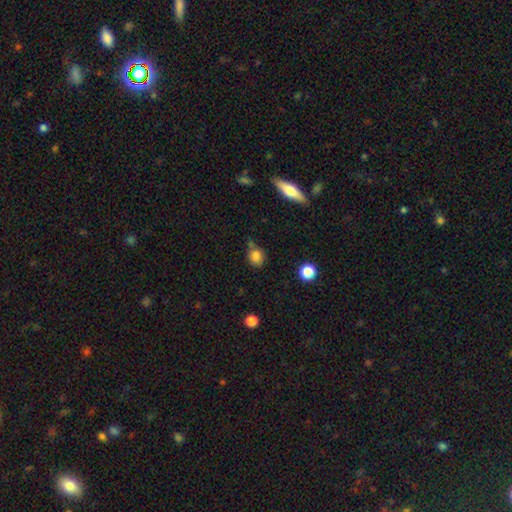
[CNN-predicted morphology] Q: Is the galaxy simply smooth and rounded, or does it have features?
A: smooth — 82%.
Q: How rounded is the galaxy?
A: round — 67%.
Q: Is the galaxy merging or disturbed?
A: none — 62%.